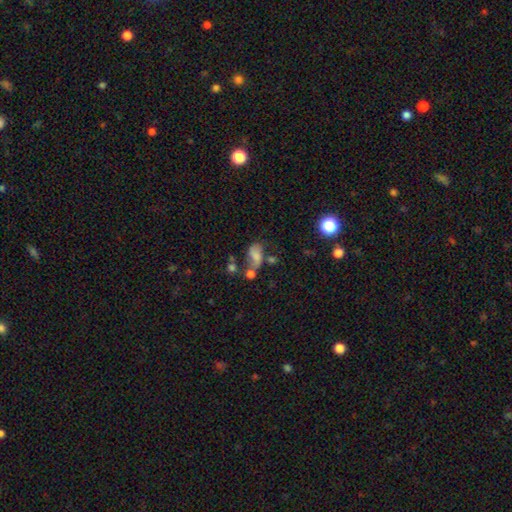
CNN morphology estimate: The model was most divided on "merging": none: 32%, merger: 26%, minor disturbance: 22%, major disturbance: 20%. More confident: how rounded — in between (84%); smooth or featured — smooth (59%).